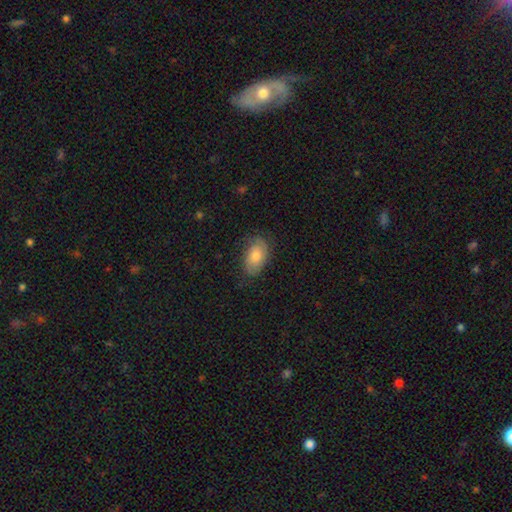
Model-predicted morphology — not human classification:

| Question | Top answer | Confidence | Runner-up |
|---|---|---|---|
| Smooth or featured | smooth | 70% | featured or disk (22%) |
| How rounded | in between | 91% | round (7%) |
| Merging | none | 72% | minor disturbance (21%) |